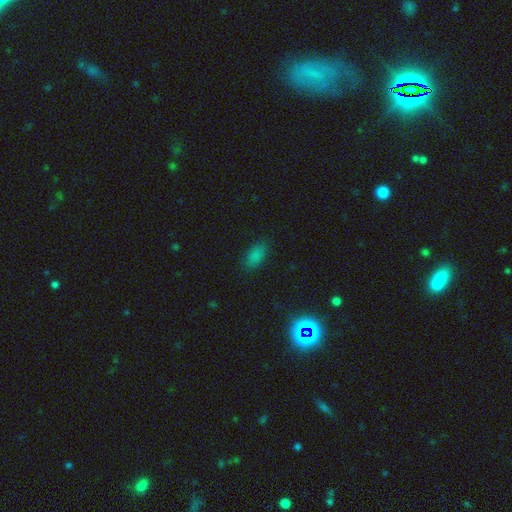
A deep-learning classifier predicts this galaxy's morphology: Smooth or featured?
  - smooth: 80% *
  - star or artifact: 14%
  - featured or disk: 6%
How rounded?
  - in between: 90% *
  - cigar-shaped: 7%
  - round: 4%
Merging?
  - none: 83% *
  - minor disturbance: 12%
  - major disturbance: 3%
  - merger: 1%